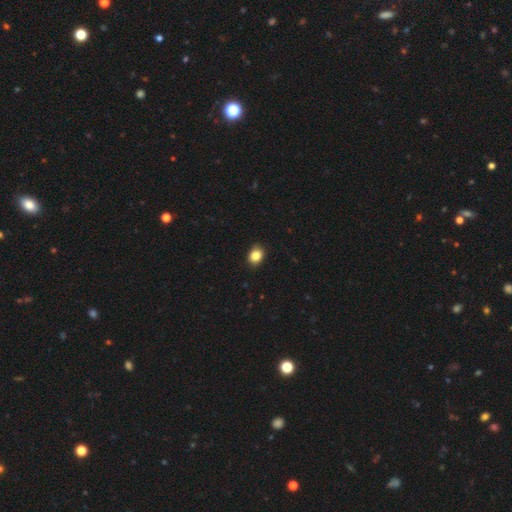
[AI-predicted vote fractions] Smooth or featured?
  - smooth: 86% *
  - star or artifact: 9%
  - featured or disk: 5%
How rounded?
  - in between: 59% *
  - round: 40%
  - cigar-shaped: 1%
Merging?
  - none: 89% *
  - minor disturbance: 9%
  - major disturbance: 2%
  - merger: 1%